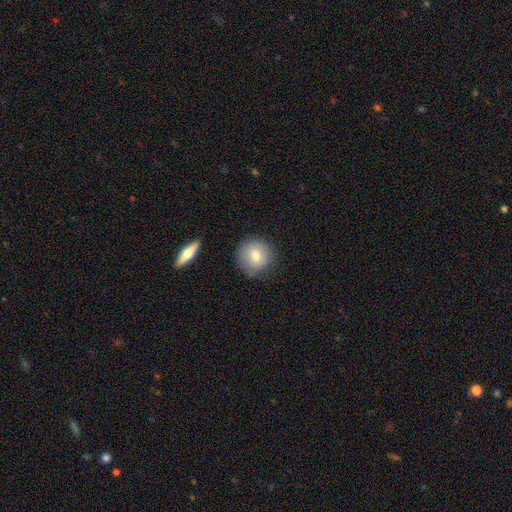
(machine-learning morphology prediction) Smooth or featured: smooth — 77% (featured or disk — 15%)
How rounded: round — 93% (in between — 6%)
Merging: none — 80% (minor disturbance — 15%)